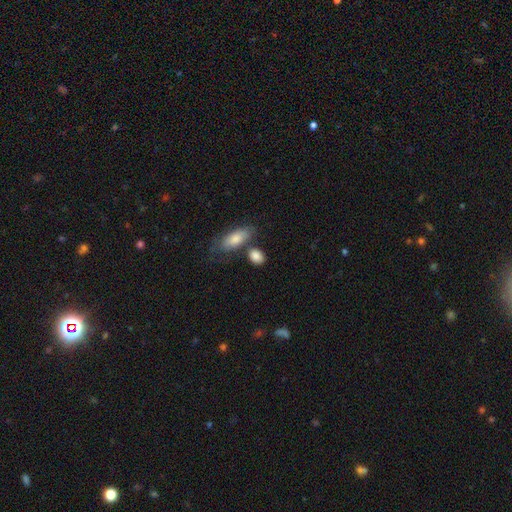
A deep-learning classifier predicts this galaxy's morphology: The model was most divided on "how rounded": in between: 66%, round: 29%, cigar-shaped: 5%. More confident: smooth or featured — smooth (86%); merging — none (62%).